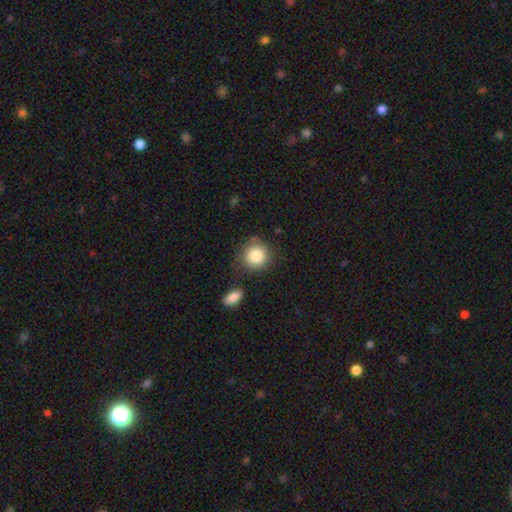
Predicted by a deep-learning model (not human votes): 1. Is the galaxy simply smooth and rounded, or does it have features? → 86% smooth, 8% star or artifact, 6% featured or disk.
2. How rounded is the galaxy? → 90% round, 9% in between, 1% cigar-shaped.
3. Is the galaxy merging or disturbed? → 74% none, 14% minor disturbance, 8% merger, 4% major disturbance.